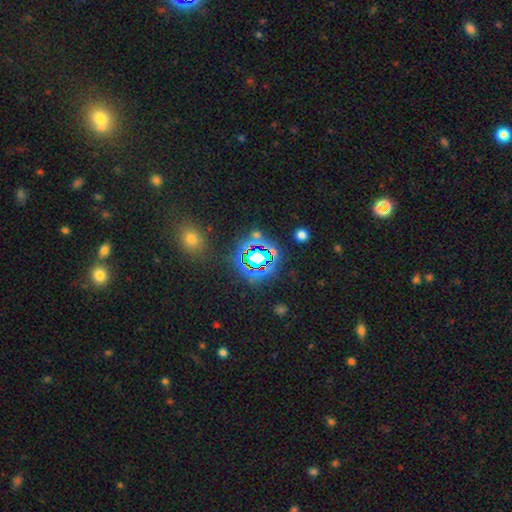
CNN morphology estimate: A star or artifact, not a galaxy (74%).

Vote fractions:
- Smooth or featured? star or artifact: 74% / smooth: 16% / featured or disk: 10%